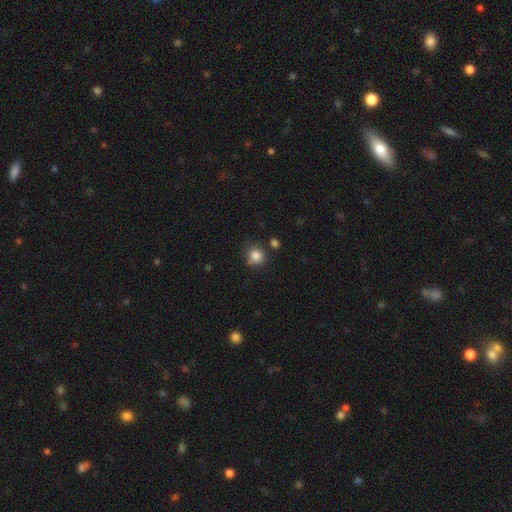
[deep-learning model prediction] This appears to be a smooth galaxy with no disk features (85%) that is round (86%). Merging: none (75%).